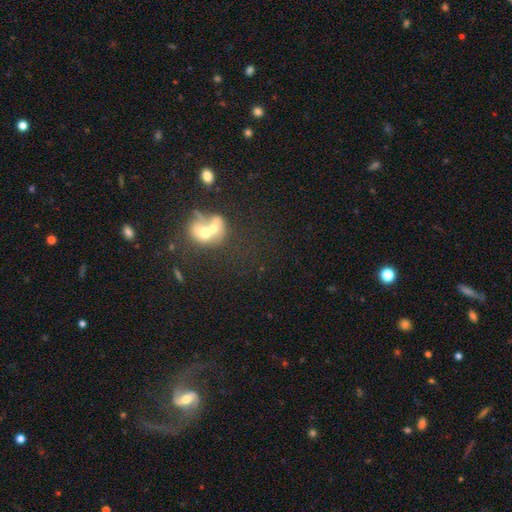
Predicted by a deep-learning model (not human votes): Morphology: type=featured or disk (34%); merging=none (44%).